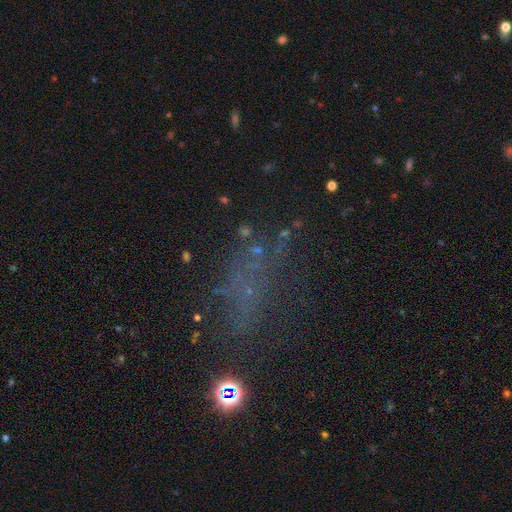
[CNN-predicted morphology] This is marginally a star or artifact rather than a galaxy (42%).